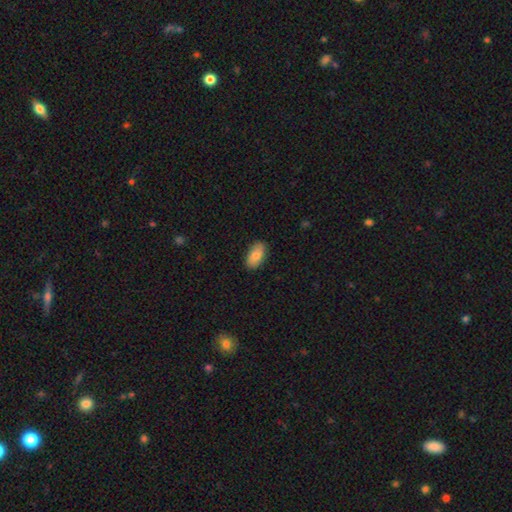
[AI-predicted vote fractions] Smooth or featured? Predicted: smooth (p=0.82). How rounded? Predicted: in between (p=0.93). Merging? Predicted: none (p=0.85).